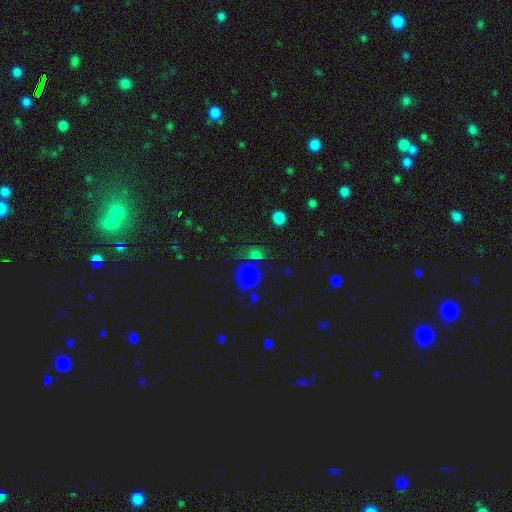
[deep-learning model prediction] smooth 81%, star or artifact 14%, featured or disk 5%. Down the decision tree: how rounded — round (69%); merging — none (66%).